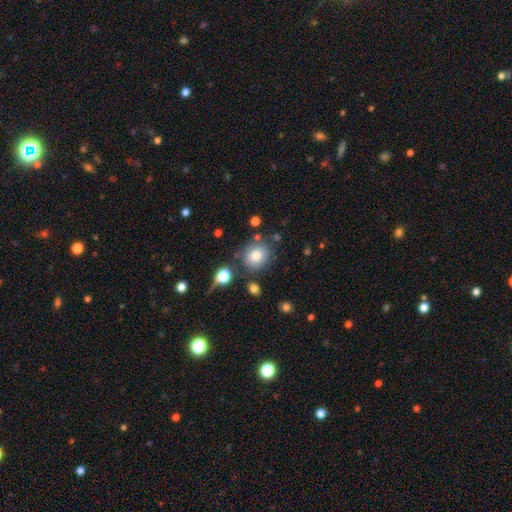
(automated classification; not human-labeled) Smooth or featured: smooth — 78% (star or artifact — 11%)
How rounded: round — 77% (in between — 22%)
Merging: none — 73% (minor disturbance — 14%)